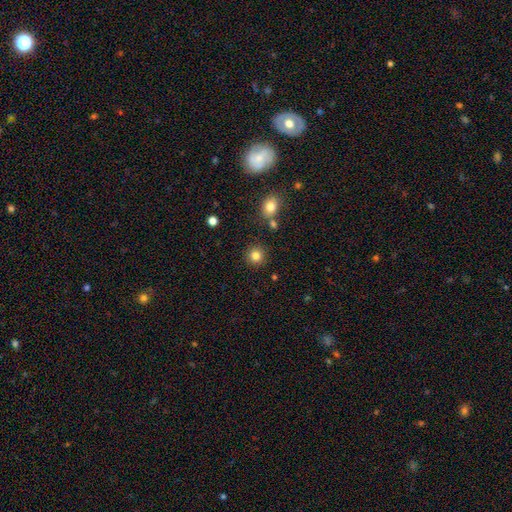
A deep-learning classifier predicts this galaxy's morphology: smooth_or_featured: smooth (p=0.83) [alt: star or artifact p=0.11]
how_rounded: round (p=0.93) [alt: in between p=0.06]
merging: none (p=0.87) [alt: minor disturbance p=0.07]